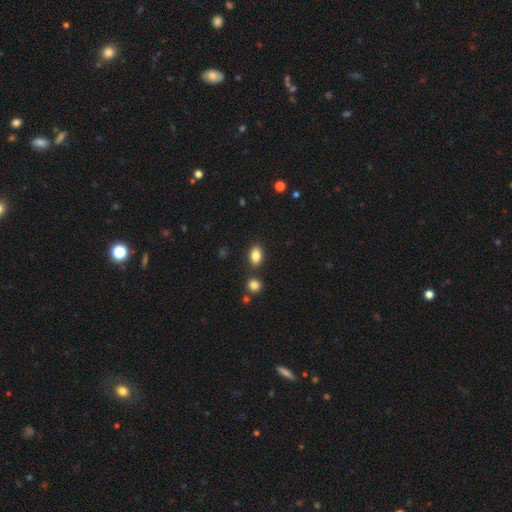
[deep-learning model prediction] A smooth galaxy with no disk features (85%) that is in between round and cigar-shaped (85%). Merging: none (82%).